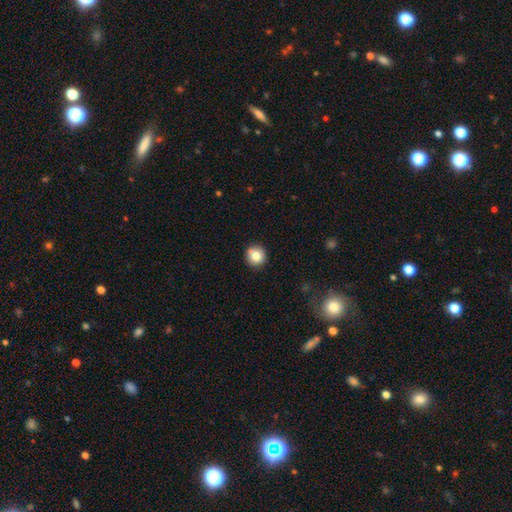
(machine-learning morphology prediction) smooth 81%, star or artifact 10%, featured or disk 8%. Down the decision tree: how rounded — round (91%); merging — none (83%).